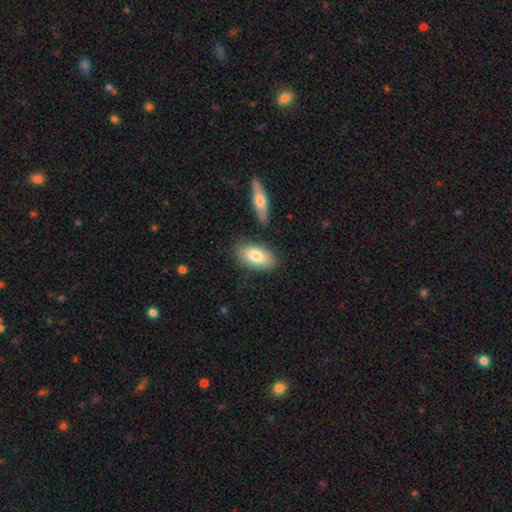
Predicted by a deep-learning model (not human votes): Q: Smooth or featured?
A: smooth (79%); runner-up: featured or disk (15%)
Q: How rounded?
A: in between (92%); runner-up: cigar-shaped (5%)
Q: Merging?
A: none (79%); runner-up: minor disturbance (12%)